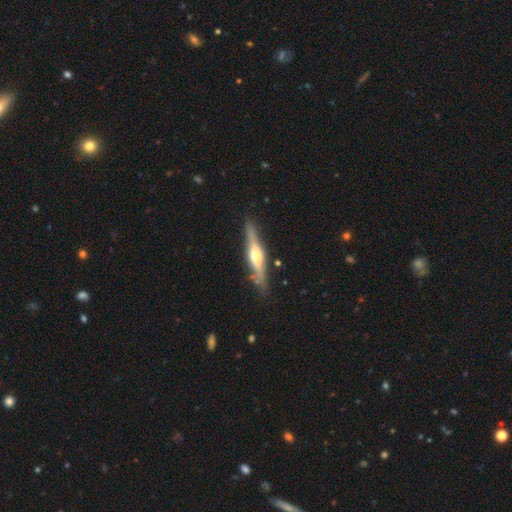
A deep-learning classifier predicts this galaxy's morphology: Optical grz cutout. It shows a featured or disk galaxy (71%) viewed edge-on (97%) with a rounded central bulge (88%). Merging: none (84%).